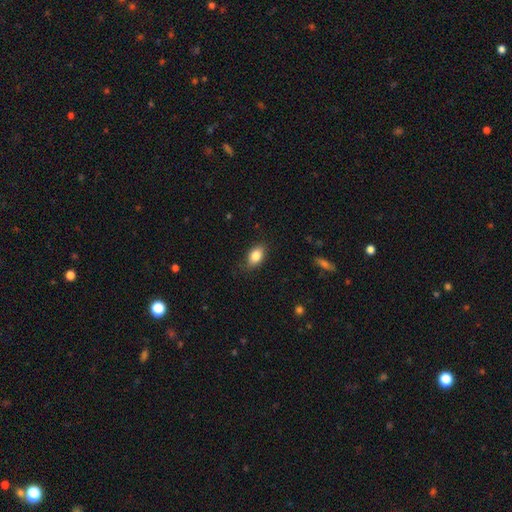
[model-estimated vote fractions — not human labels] This is clearly a smooth galaxy (83%). How rounded: clearly in between (86%). Merging: clearly none (81%).